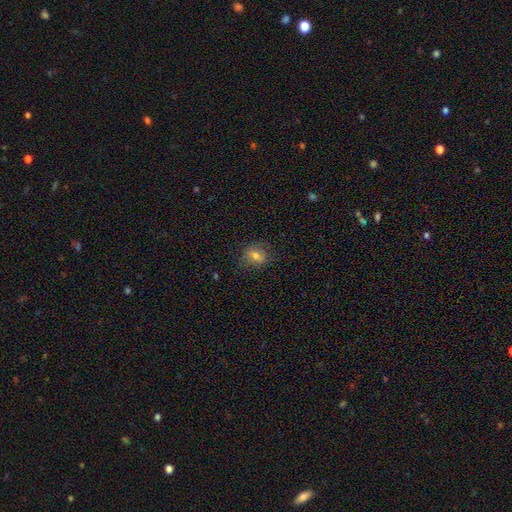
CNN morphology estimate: This is likely a smooth galaxy (72%). How rounded: possibly round (59%). Merging: likely none (77%).